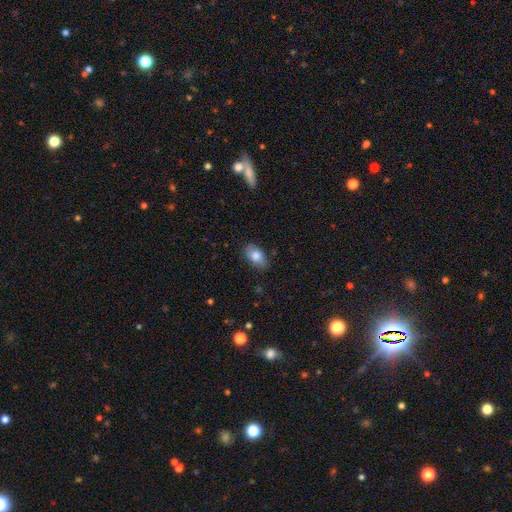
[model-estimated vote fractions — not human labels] Smooth or featured?
  - smooth: 79% *
  - featured or disk: 14%
  - star or artifact: 7%
How rounded?
  - in between: 91% *
  - round: 7%
  - cigar-shaped: 2%
Merging?
  - none: 80% *
  - minor disturbance: 16%
  - major disturbance: 3%
  - merger: 1%